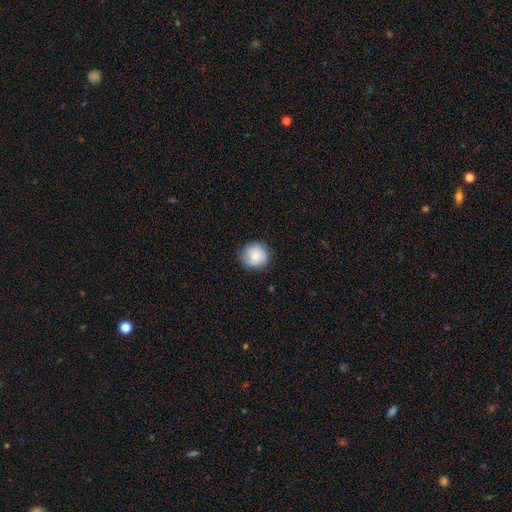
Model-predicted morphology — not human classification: type=smooth (84%); roundness=round (92%); merging=none (85%).